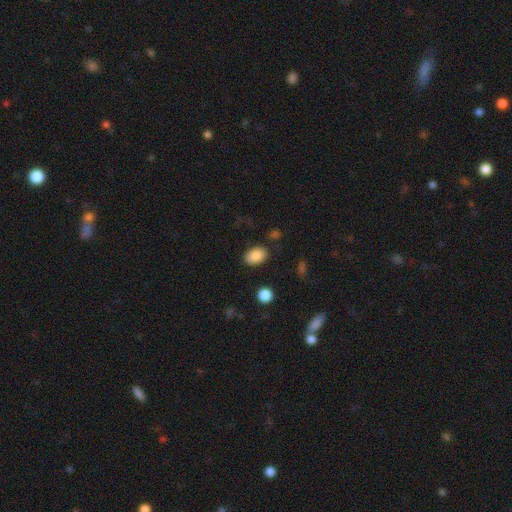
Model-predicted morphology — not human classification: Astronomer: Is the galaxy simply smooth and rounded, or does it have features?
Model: smooth — 87%.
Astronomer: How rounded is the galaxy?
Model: in between — 84%.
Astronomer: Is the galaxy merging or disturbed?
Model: none — 84%.